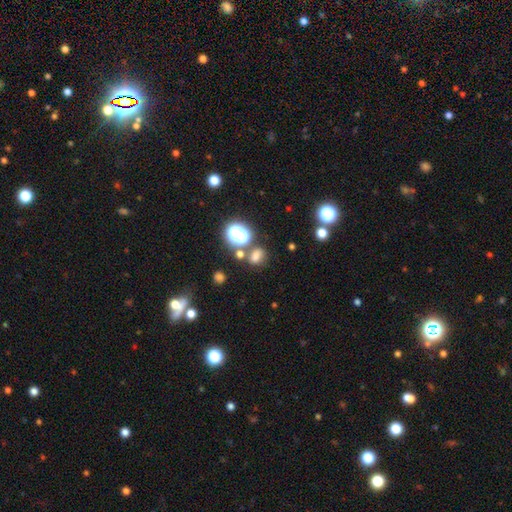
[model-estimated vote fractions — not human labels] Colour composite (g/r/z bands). It shows a smooth galaxy with no disk features (63%) that is in between round and cigar-shaped (52%). Merging: none (63%).